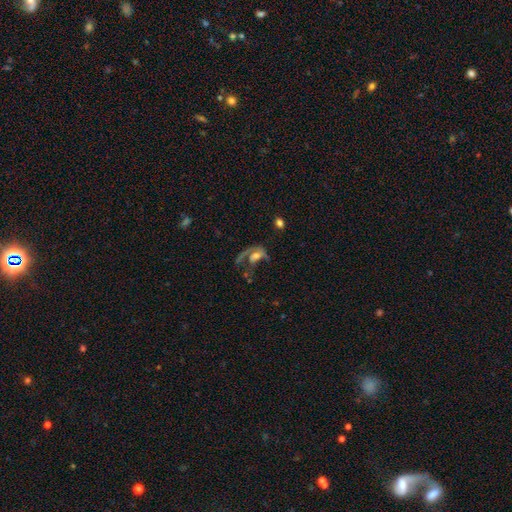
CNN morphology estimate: Q: Smooth or featured?
A: featured or disk (59%); runner-up: smooth (28%)
Q: Edge-on disk?
A: no (93%); runner-up: yes (7%)
Q: Bar?
A: no (66%); runner-up: weak (25%)
Q: Spiral arms?
A: yes (59%); runner-up: no (41%)
Q: Bulge size?
A: moderate (43%); runner-up: small (25%)
Q: Merging?
A: major disturbance (52%); runner-up: none (22%)